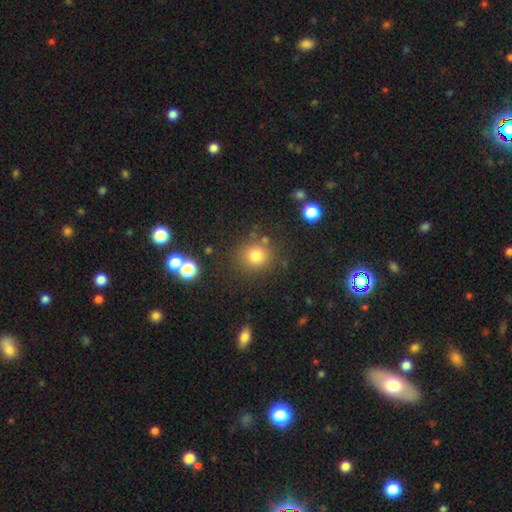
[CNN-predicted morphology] The model was most divided on "smooth or featured": smooth: 79%, star or artifact: 15%, featured or disk: 7%. More confident: how rounded — round (89%); merging — none (81%).